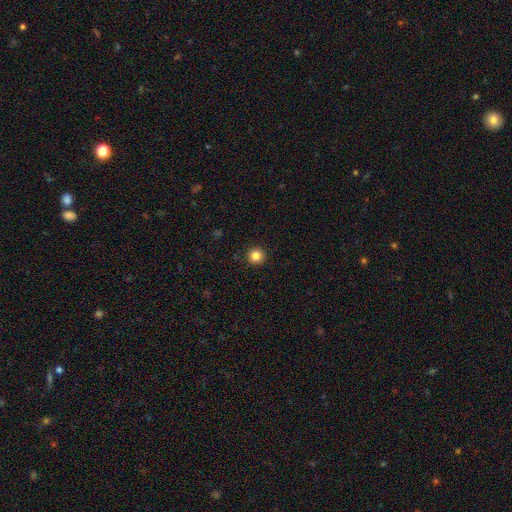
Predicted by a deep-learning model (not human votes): Smooth or featured?
  - smooth: 84% *
  - star or artifact: 12%
  - featured or disk: 4%
How rounded?
  - round: 96% *
  - in between: 3%
  - cigar-shaped: 1%
Merging?
  - none: 93% *
  - minor disturbance: 4%
  - major disturbance: 1%
  - merger: 1%